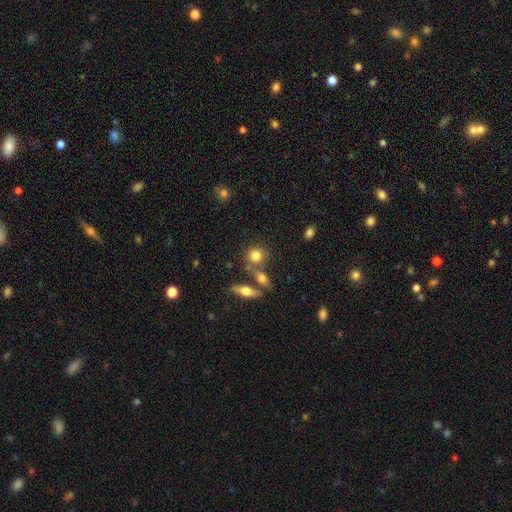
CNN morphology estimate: smooth-or-featured: smooth: 77% | featured or disk: 14% | star or artifact: 9%
  how-rounded: round: 73% | in between: 23% | cigar-shaped: 4%
  merging: none: 56% | merger: 28% | minor disturbance: 11% | major disturbance: 5%